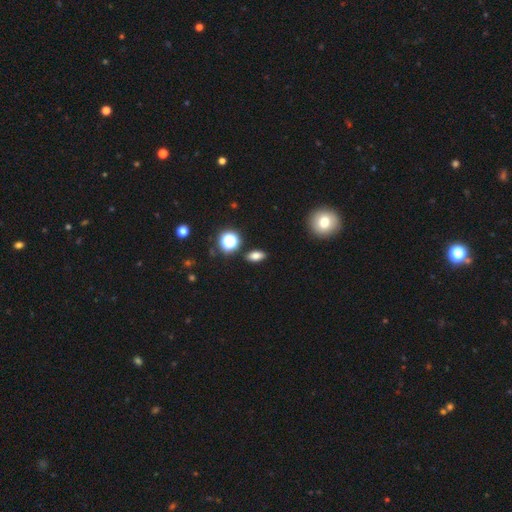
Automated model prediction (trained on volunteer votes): A smooth galaxy with no disk features (76%) that is in between round and cigar-shaped (81%). Merging: none (87%).